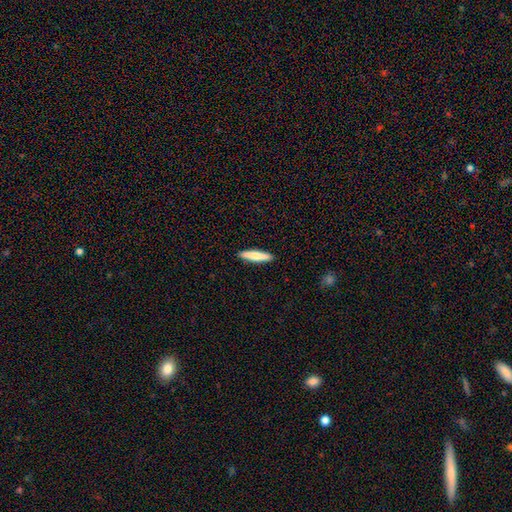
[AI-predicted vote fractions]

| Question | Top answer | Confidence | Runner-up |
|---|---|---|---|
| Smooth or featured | smooth | 77% | featured or disk (18%) |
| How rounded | cigar-shaped | 86% | in between (12%) |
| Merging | none | 91% | minor disturbance (6%) |